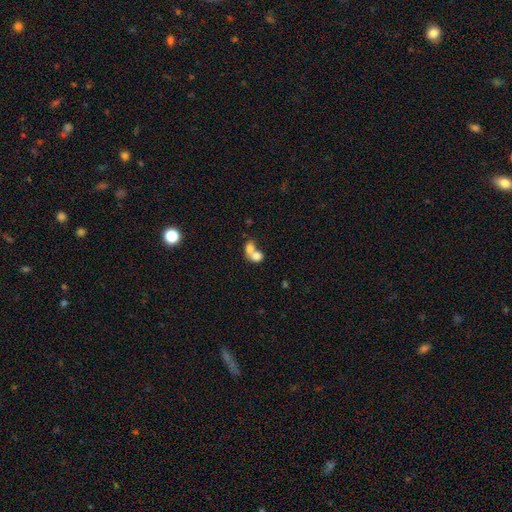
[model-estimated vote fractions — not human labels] Smooth or featured?
  - smooth: 75% *
  - featured or disk: 16%
  - star or artifact: 9%
How rounded?
  - round: 50% *
  - in between: 49%
  - cigar-shaped: 1%
Merging?
  - merger: 73% *
  - none: 19%
  - minor disturbance: 5%
  - major disturbance: 4%